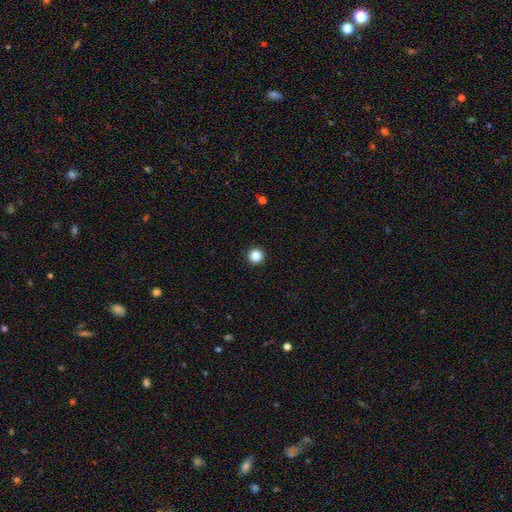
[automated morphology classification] smooth 85%, star or artifact 11%, featured or disk 3%. Down the decision tree: how rounded — round (96%); merging — none (94%).